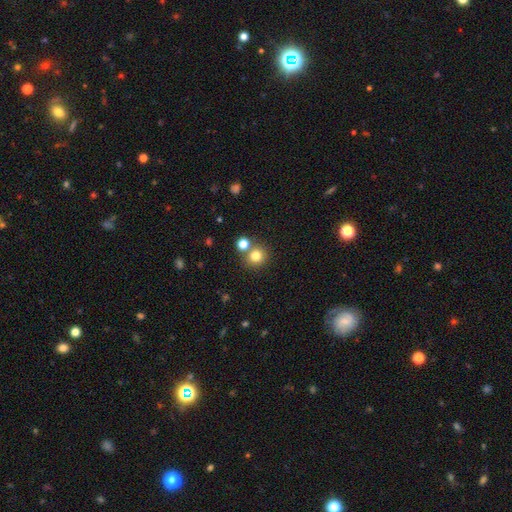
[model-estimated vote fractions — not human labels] The model was most divided on "merging": none: 71%, merger: 19%, minor disturbance: 7%, major disturbance: 3%. More confident: how rounded — round (90%); smooth or featured — smooth (79%).